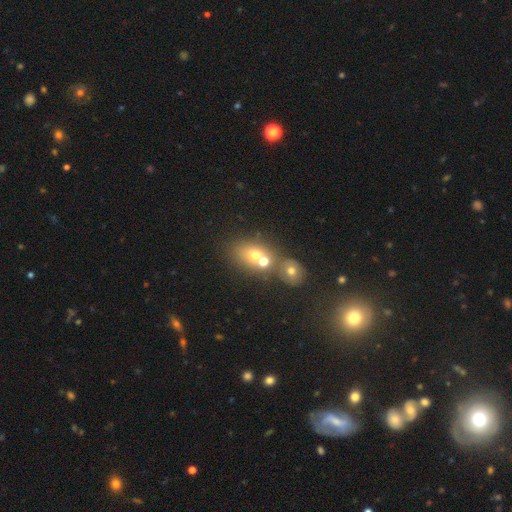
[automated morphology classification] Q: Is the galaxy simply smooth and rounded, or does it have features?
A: smooth — 64%.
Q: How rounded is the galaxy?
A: round — 52%.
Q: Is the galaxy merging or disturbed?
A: merger — 54%.